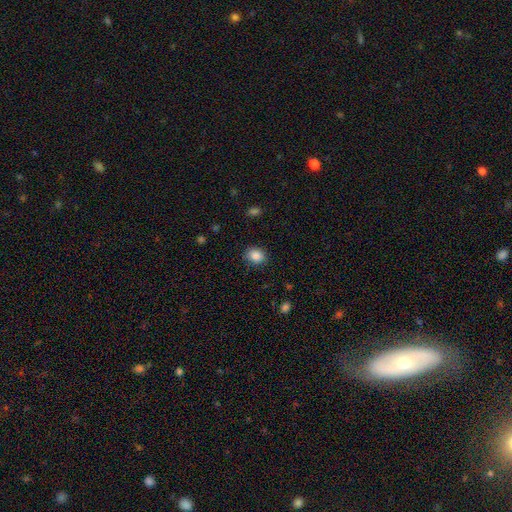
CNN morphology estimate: This appears to be a smooth galaxy with no disk features (87%) that is round (55%). Merging: none (86%).